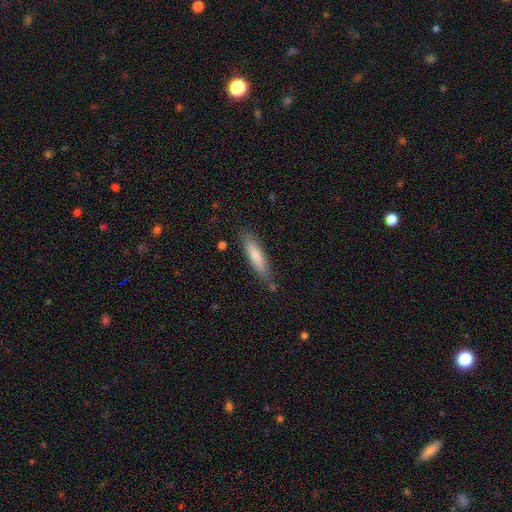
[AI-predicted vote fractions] A smooth galaxy with no disk features (79%) that is cigar-shaped (75%).

Vote fractions:
- Smooth or featured? smooth: 79% / featured or disk: 15% / star or artifact: 6%
- How rounded? cigar-shaped: 75% / in between: 23% / round: 1%
- Merging? none: 79% / minor disturbance: 15% / major disturbance: 3% / merger: 3%